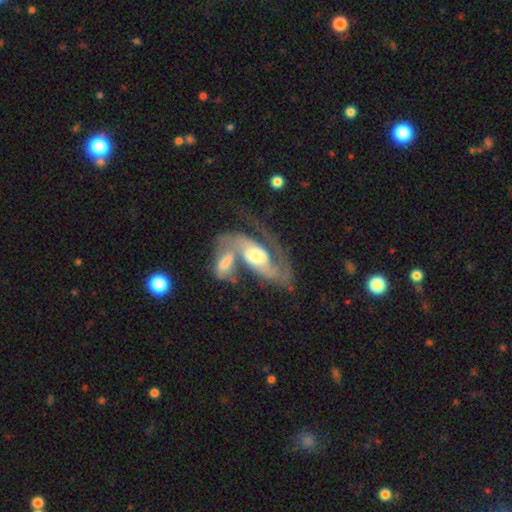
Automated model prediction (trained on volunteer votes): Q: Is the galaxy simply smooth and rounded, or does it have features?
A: featured or disk — 81%.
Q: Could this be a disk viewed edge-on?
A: no — 93%.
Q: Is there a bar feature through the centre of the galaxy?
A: no — 49%.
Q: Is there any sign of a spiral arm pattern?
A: yes — 91%.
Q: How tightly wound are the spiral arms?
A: medium — 45%.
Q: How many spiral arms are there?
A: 2 — 73%.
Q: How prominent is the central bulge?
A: moderate — 48%.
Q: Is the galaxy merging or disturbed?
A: merger — 51%.